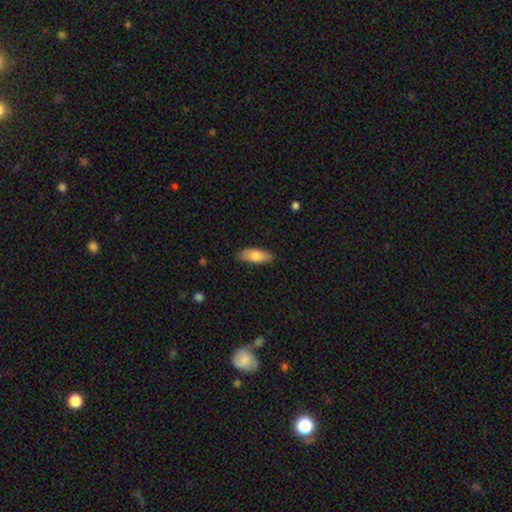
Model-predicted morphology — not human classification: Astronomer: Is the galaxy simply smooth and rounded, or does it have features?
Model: smooth — 78%.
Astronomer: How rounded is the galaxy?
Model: in between — 78%.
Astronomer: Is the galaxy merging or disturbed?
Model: none — 86%.